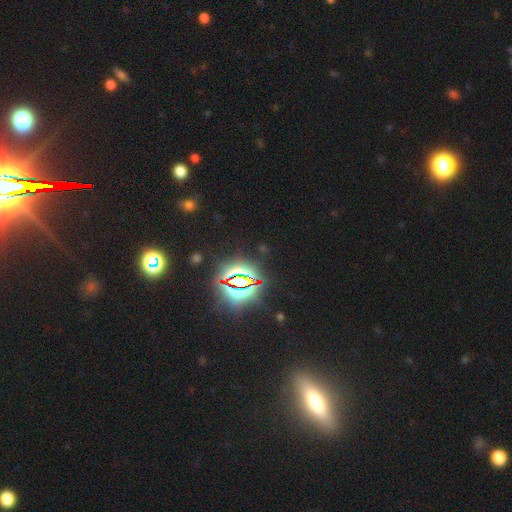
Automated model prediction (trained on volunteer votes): Smooth or featured?
  - star or artifact: 76% *
  - featured or disk: 12%
  - smooth: 12%